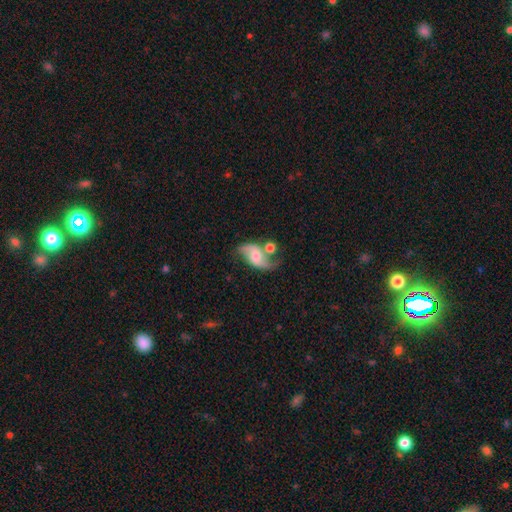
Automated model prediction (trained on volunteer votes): Smooth or featured? Predicted: featured or disk (p=0.77). Edge-on disk? Predicted: no (p=0.97). Bar? Predicted: no (p=0.47). Spiral arms? Predicted: yes (p=0.93). Spiral winding? Predicted: loose (p=0.70). Spiral arm count? Predicted: 2 (p=0.90). Bulge size? Predicted: moderate (p=0.53). Merging? Predicted: none (p=0.48).